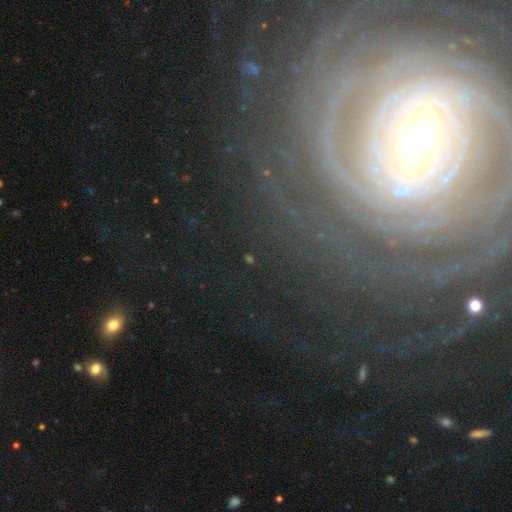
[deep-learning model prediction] Morphology: type=featured or disk (83%); edge-on=no (95%); bar=no (39%); spiral arms=yes (91%); winding=tight (84%); arm count=can't tell (31%); bulge=moderate (53%); merging=none (78%).